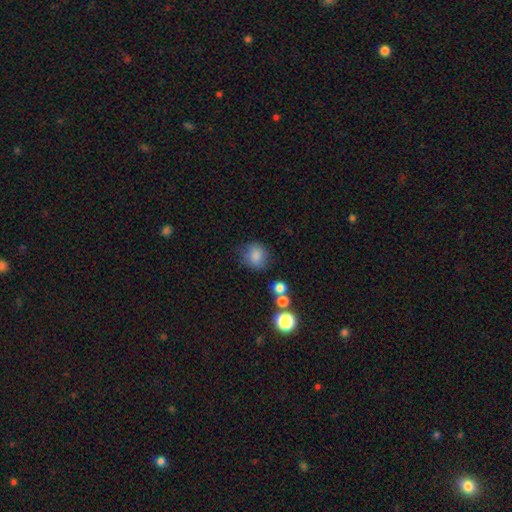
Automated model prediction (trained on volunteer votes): Smooth or featured? Predicted: smooth (p=0.83). How rounded? Predicted: round (p=0.80). Merging? Predicted: none (p=0.76).